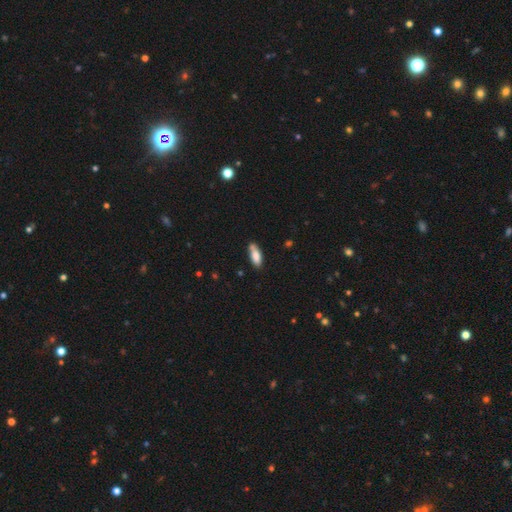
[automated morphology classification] This appears to be a smooth galaxy with no disk features (82%) that is in between round and cigar-shaped (71%). Merging: none (62%).